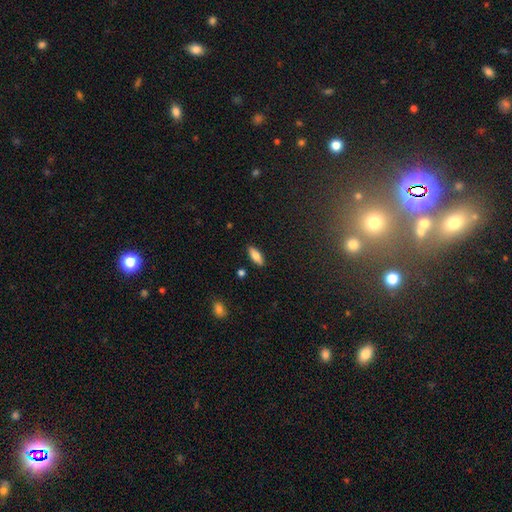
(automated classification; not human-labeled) Smooth or featured?
  - smooth: 76% *
  - featured or disk: 17%
  - star or artifact: 7%
How rounded?
  - in between: 74% *
  - cigar-shaped: 24%
  - round: 2%
Merging?
  - none: 88% *
  - minor disturbance: 9%
  - major disturbance: 2%
  - merger: 2%